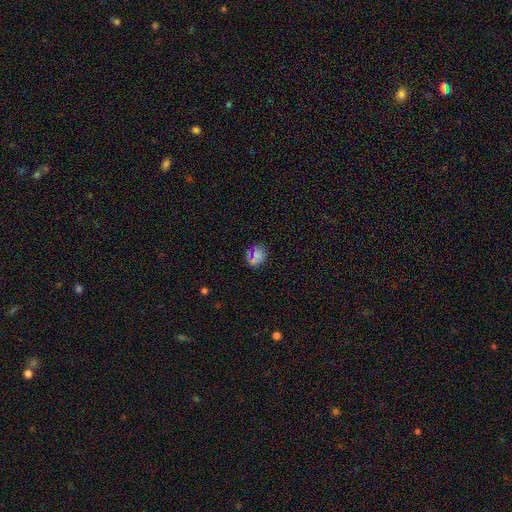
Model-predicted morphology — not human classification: This appears to be a smooth galaxy with no disk features (67%) that is round (82%). Merging: none (76%).